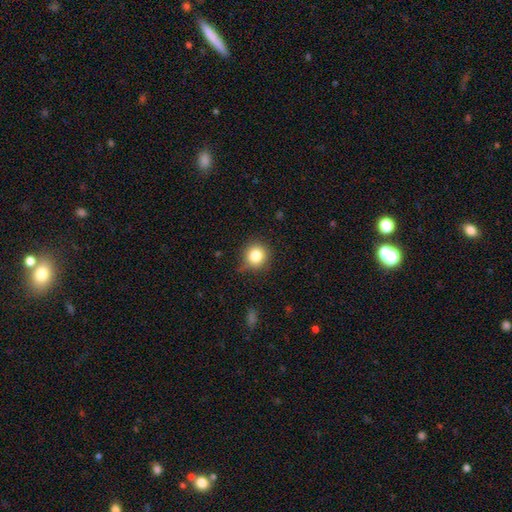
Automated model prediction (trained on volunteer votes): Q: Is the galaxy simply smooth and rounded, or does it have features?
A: smooth — 82%.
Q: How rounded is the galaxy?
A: round — 91%.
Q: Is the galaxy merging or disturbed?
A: none — 77%.